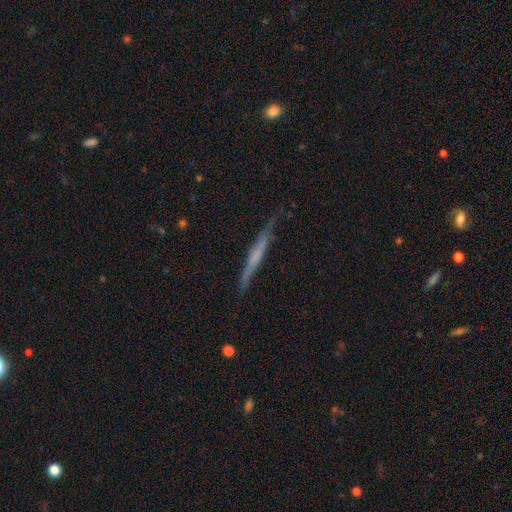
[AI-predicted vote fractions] Smooth or featured? featured or disk (56%)
Edge-on disk? yes (95%)
Edge-on bulge? none (65%)
Merging? none (79%)